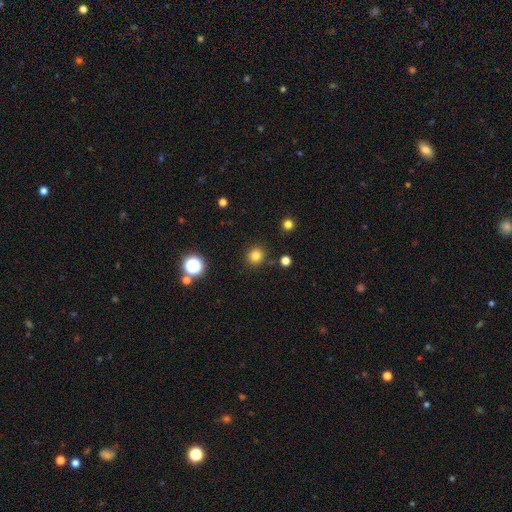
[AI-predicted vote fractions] smooth_or_featured: smooth (p=0.81) [alt: star or artifact p=0.14]
how_rounded: round (p=0.91) [alt: in between p=0.08]
merging: none (p=0.89) [alt: minor disturbance p=0.06]